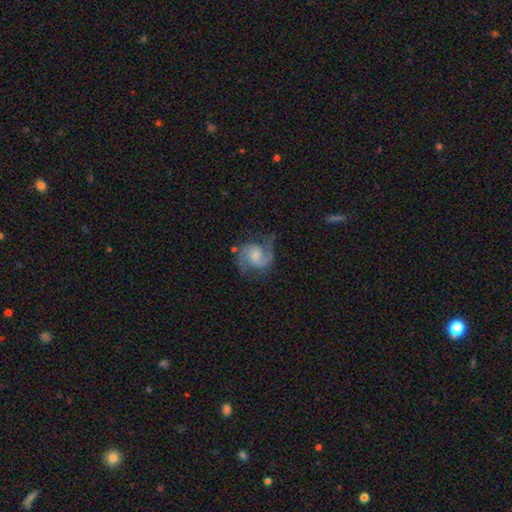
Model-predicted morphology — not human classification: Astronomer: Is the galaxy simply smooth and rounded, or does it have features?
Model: featured or disk — 83%.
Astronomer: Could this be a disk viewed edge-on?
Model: no — 98%.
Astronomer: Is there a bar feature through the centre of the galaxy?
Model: no — 54% (runner-up: weak, 39%).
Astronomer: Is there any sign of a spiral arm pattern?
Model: yes — 97%.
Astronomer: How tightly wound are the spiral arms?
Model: medium — 56%.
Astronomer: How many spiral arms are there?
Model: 2 — 90%.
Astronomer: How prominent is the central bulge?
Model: moderate — 38% (runner-up: small, 25%).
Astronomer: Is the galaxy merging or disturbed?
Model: none — 68%.